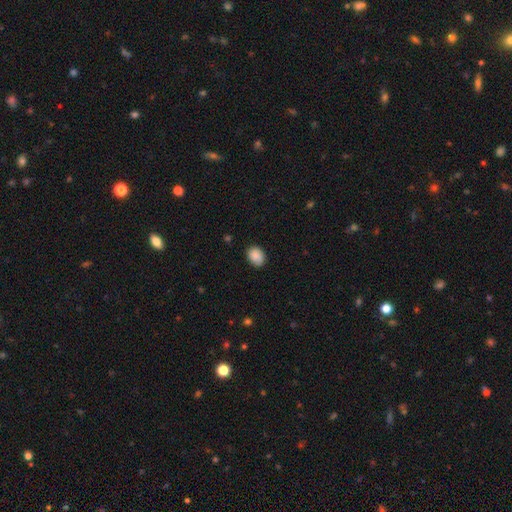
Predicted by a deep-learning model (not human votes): The model was most divided on "how rounded": in between: 60%, round: 39%, cigar-shaped: 1%. More confident: smooth or featured — smooth (88%); merging — none (82%).